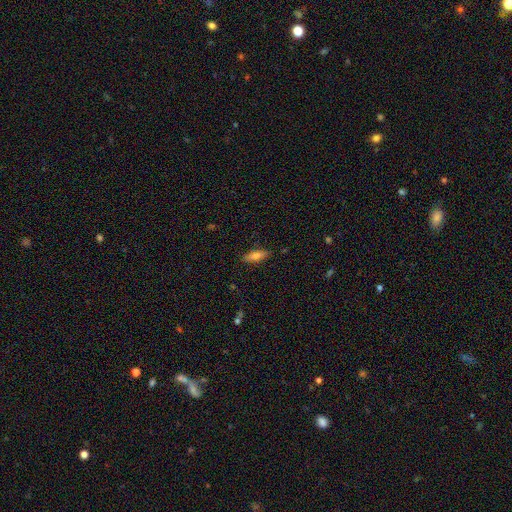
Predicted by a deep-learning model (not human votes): A smooth galaxy with no disk features (74%) that is in between round and cigar-shaped (61%). Merging: none (86%).